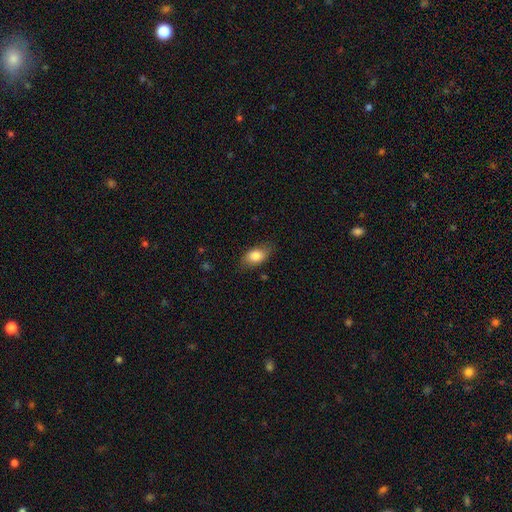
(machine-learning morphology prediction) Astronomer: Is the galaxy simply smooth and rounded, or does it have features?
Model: smooth — 81%.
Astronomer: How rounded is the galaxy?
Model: in between — 89%.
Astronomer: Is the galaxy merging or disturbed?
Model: none — 77%.